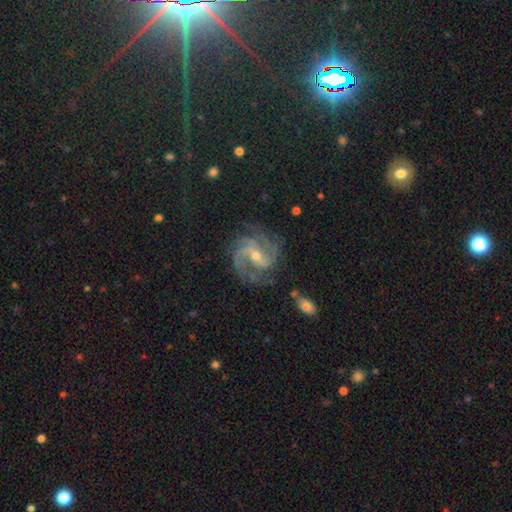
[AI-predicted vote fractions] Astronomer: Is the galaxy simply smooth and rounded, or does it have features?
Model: featured or disk — 88%.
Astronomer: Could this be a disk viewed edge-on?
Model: no — 98%.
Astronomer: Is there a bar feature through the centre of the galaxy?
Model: weak — 44% (runner-up: no, 30%).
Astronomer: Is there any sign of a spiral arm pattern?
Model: yes — 98%.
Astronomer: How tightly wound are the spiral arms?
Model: medium — 51% (runner-up: tight, 37%).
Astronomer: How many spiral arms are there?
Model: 2 — 34% (runner-up: 3, 33%).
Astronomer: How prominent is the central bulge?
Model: small — 58% (runner-up: moderate, 39%).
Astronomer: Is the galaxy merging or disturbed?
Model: none — 74%.